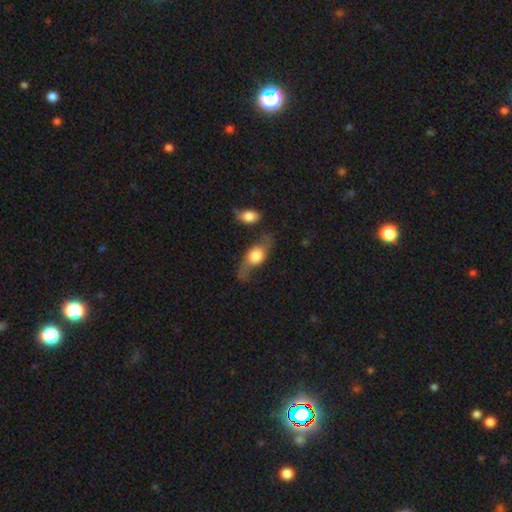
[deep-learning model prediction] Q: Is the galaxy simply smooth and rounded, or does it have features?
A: featured or disk — 47%.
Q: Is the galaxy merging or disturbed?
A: none — 45%.